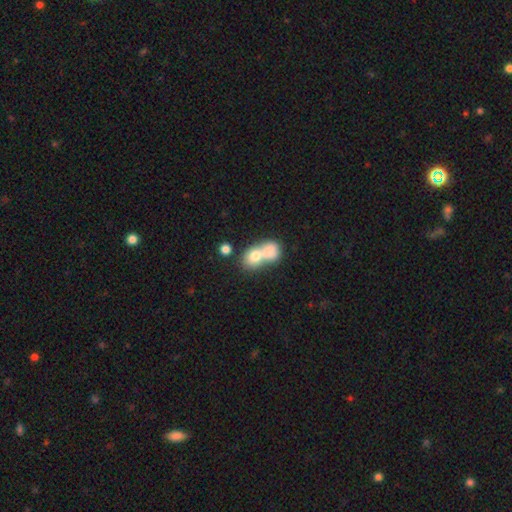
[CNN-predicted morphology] type=smooth (70%); roundness=in between (55%); merging=merger (68%).